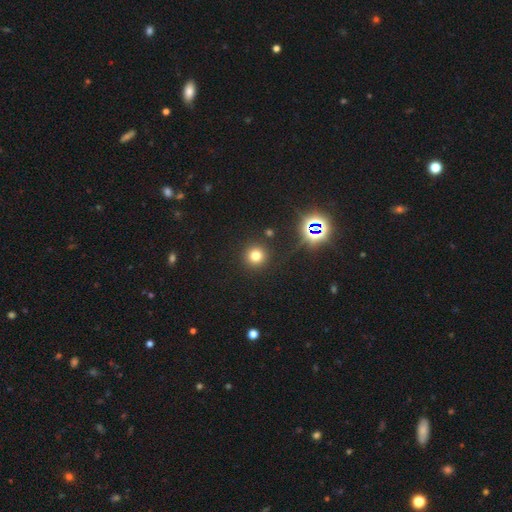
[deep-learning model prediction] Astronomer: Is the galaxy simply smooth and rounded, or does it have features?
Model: smooth — 71%.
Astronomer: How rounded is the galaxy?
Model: round — 95%.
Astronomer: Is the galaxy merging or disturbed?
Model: none — 90%.